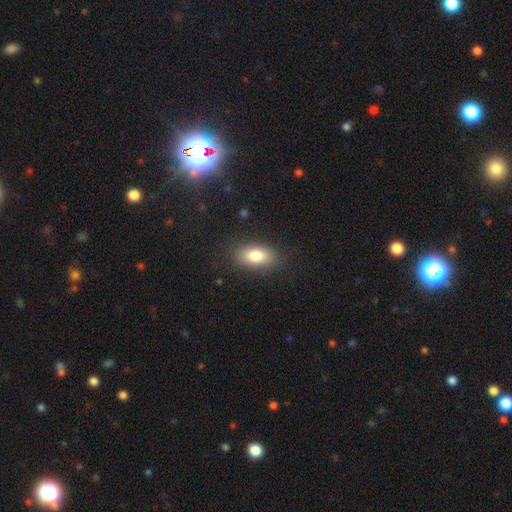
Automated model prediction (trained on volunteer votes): smooth_or_featured: smooth (p=0.81) [alt: featured or disk p=0.11]
how_rounded: in between (p=0.88) [alt: round p=0.07]
merging: none (p=0.84) [alt: minor disturbance p=0.11]